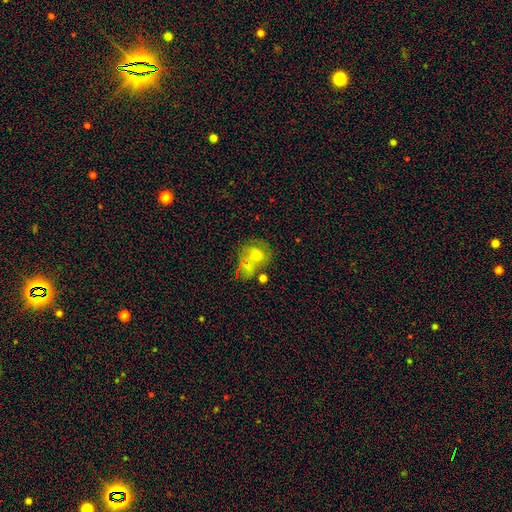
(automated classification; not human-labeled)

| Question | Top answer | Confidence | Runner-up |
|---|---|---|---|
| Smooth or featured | smooth | 52% | featured or disk (32%) |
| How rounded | round | 58% | in between (40%) |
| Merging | none | 38% | merger (29%) |